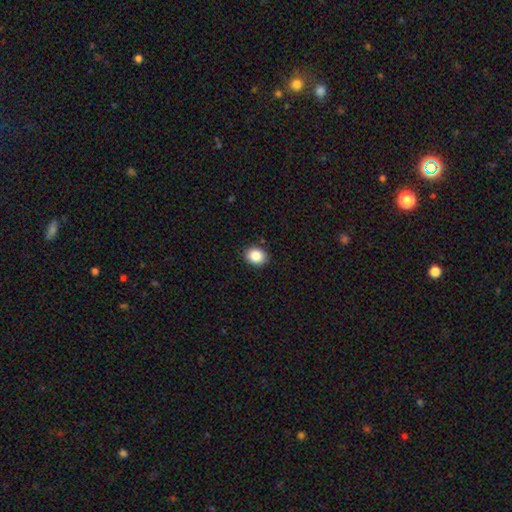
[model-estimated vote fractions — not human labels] Overall: smooth (87%). How rounded: round (57%; in between 42%). Merging: none (89%).